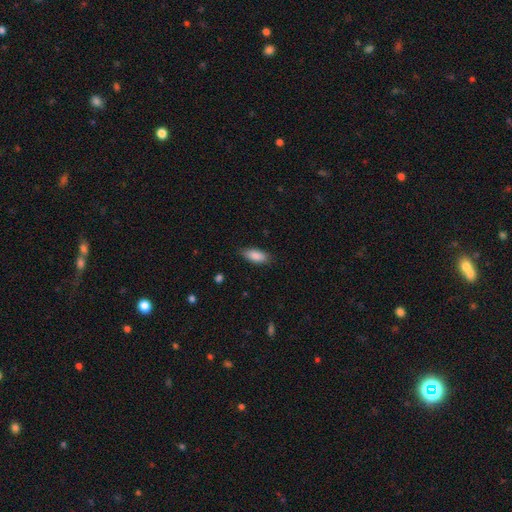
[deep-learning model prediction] Overall: smooth (87%). How rounded: in between (82%). Merging: none (83%).